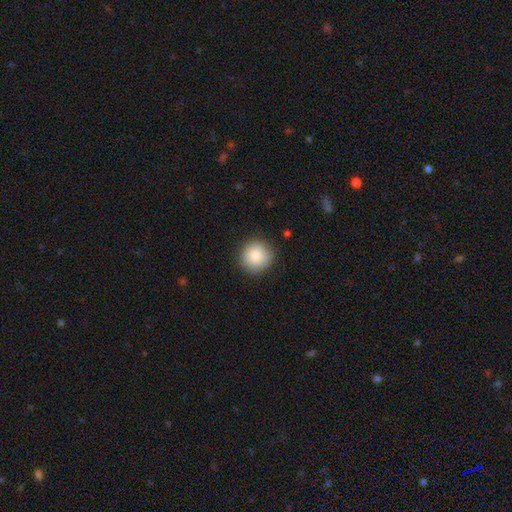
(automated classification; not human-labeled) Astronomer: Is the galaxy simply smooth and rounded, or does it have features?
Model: smooth — 83%.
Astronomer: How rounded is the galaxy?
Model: round — 93%.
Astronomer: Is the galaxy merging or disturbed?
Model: none — 87%.